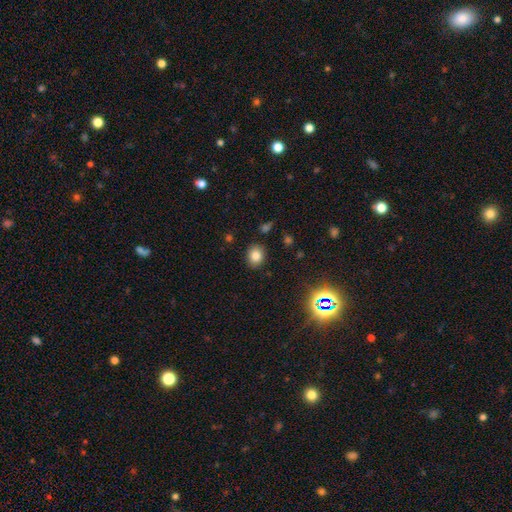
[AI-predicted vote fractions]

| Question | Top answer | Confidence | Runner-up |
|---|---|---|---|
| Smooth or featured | smooth | 81% | star or artifact (12%) |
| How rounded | round | 57% | in between (42%) |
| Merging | none | 88% | minor disturbance (8%) |